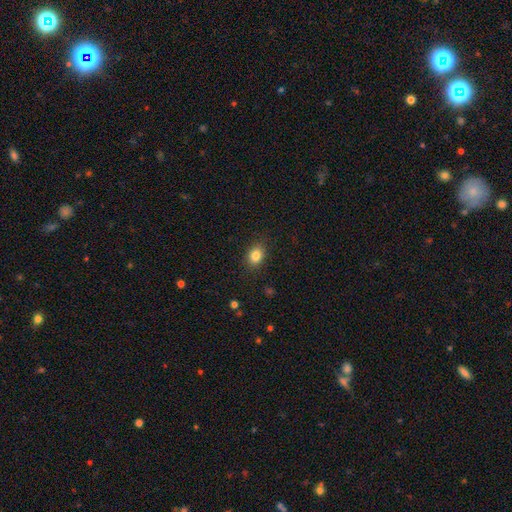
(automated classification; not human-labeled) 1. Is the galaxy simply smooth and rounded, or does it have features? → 83% smooth, 10% star or artifact, 6% featured or disk.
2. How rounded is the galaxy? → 56% in between, 42% round, 1% cigar-shaped.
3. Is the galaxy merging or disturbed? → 87% none, 10% minor disturbance, 3% major disturbance, 1% merger.